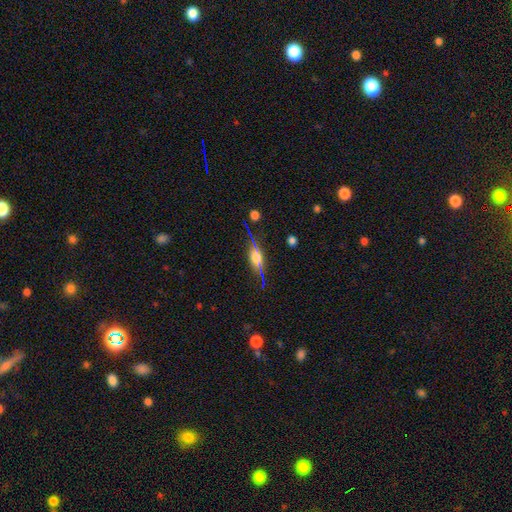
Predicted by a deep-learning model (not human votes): Smooth or featured: featured or disk — 46% (smooth — 34%)
Merging: none — 83% (minor disturbance — 11%)